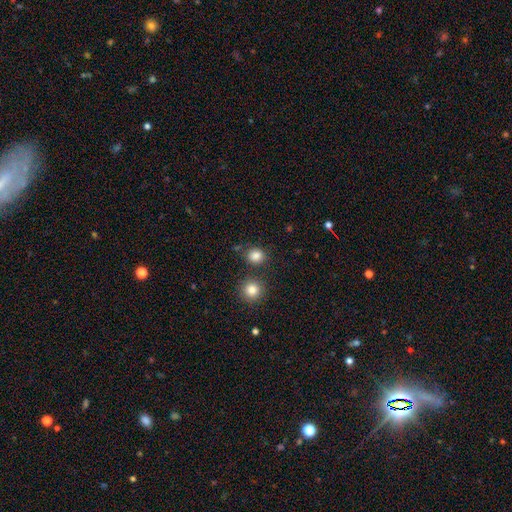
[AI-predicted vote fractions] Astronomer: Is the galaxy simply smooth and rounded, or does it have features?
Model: smooth — 84%.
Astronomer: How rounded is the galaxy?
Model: round — 73%.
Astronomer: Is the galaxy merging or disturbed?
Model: none — 79%.